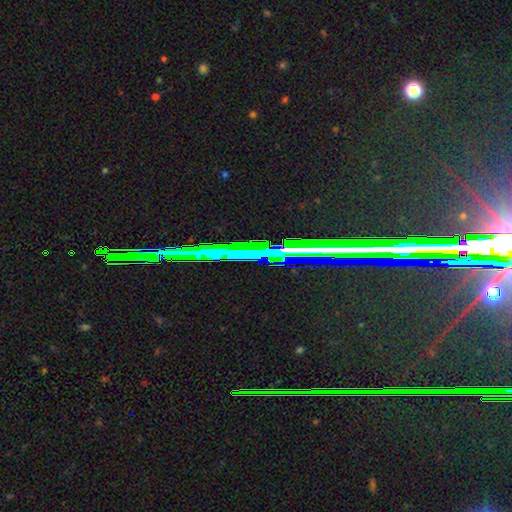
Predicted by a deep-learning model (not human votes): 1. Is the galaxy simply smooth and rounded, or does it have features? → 84% star or artifact, 10% featured or disk, 7% smooth.